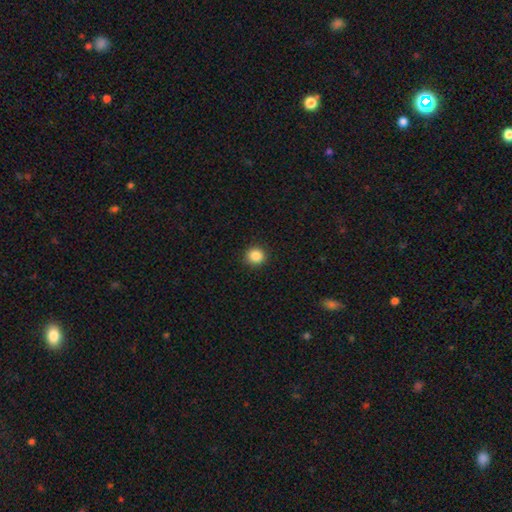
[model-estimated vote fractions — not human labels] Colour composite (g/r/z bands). It shows a smooth galaxy with no disk features (86%) that is round (91%). Merging: none (92%).